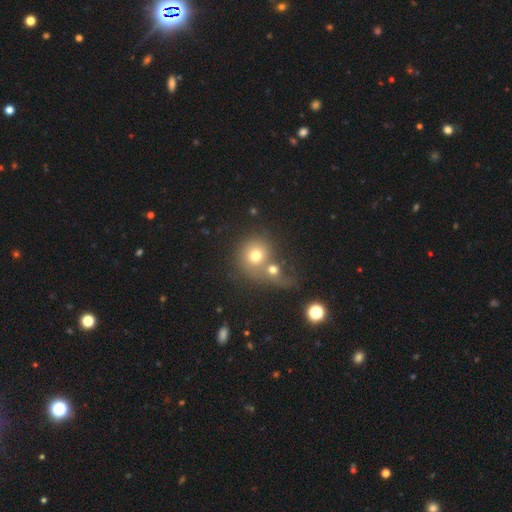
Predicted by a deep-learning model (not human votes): A smooth galaxy with no disk features (69%) that is round (86%). Merging: merger (54%).